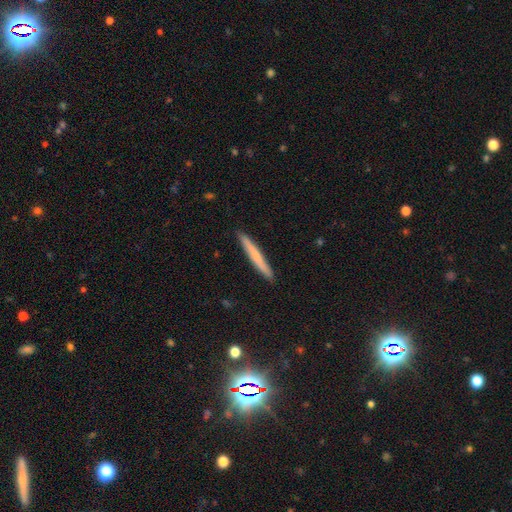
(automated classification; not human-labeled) Smooth or featured? Predicted: smooth (p=0.63). How rounded? Predicted: cigar-shaped (p=0.97). Merging? Predicted: none (p=0.92).